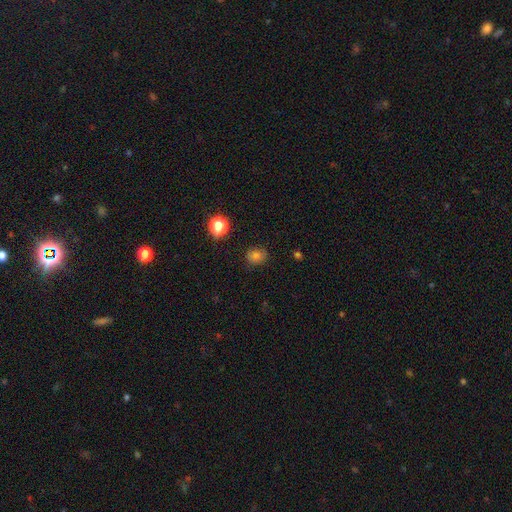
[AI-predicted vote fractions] smooth 75%, star or artifact 17%, featured or disk 8%. Down the decision tree: how rounded — round (70%); merging — none (81%).